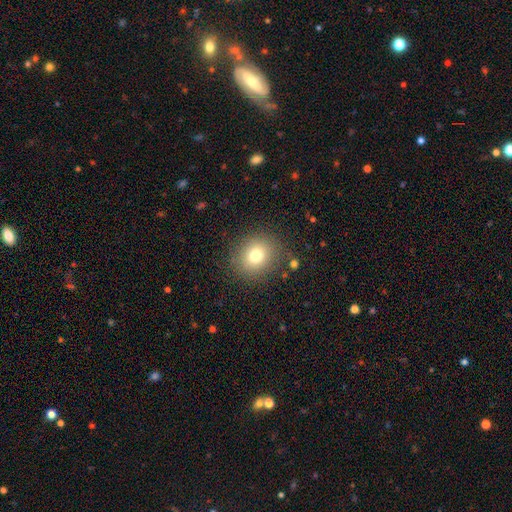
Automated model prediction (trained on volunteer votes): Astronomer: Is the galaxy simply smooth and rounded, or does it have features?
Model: smooth — 76%.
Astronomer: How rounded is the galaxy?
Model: round — 79%.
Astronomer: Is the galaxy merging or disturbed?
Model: none — 85%.